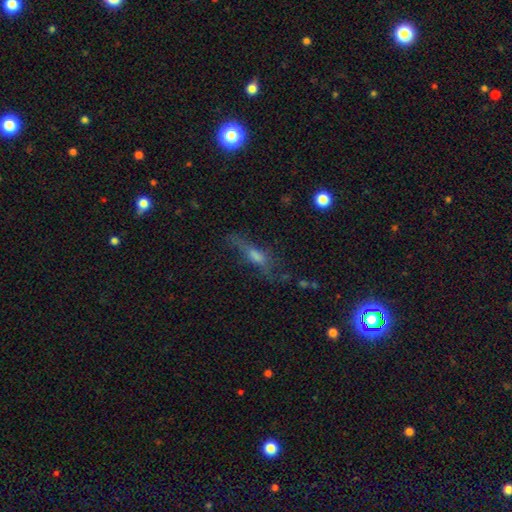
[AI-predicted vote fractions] The model was most divided on "smooth or featured": featured or disk: 48%, smooth: 35%, star or artifact: 17%. More confident: merging — none (53%).